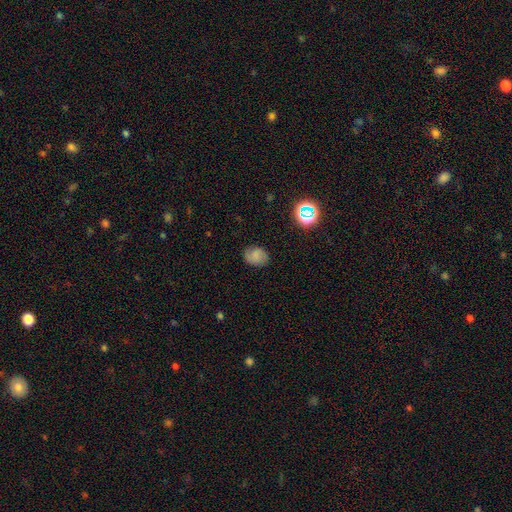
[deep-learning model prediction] Smooth or featured?
  - smooth: 69% *
  - featured or disk: 17%
  - star or artifact: 14%
How rounded?
  - in between: 54% *
  - round: 45%
  - cigar-shaped: 1%
Merging?
  - none: 79% *
  - minor disturbance: 16%
  - major disturbance: 4%
  - merger: 1%